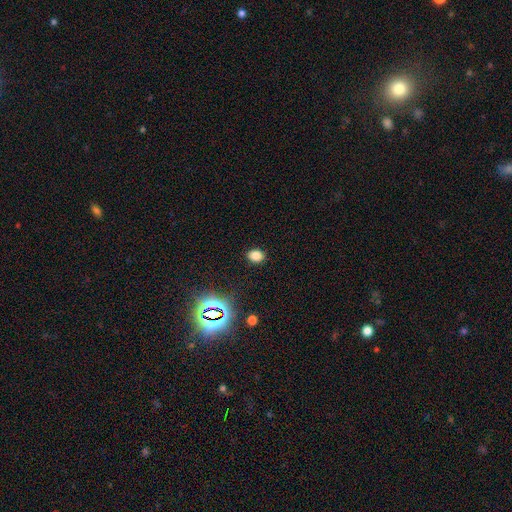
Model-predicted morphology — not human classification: Q: Smooth or featured?
A: smooth (78%); runner-up: star or artifact (18%)
Q: How rounded?
A: in between (54%); runner-up: round (44%)
Q: Merging?
A: none (87%); runner-up: minor disturbance (9%)